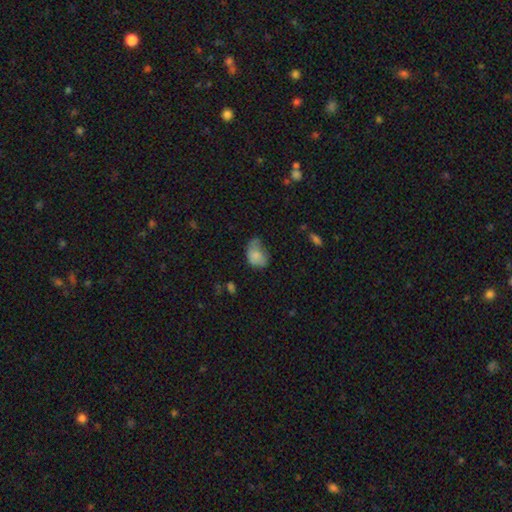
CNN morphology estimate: The model was most divided on "merging": minor disturbance: 40%, none: 29%, major disturbance: 26%, merger: 4%. More confident: how rounded — in between (76%); smooth or featured — smooth (75%).